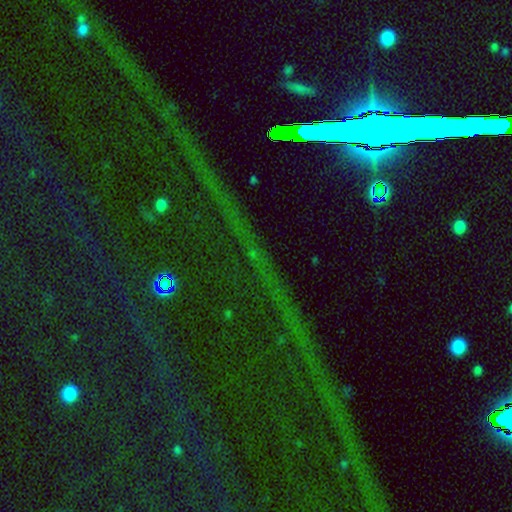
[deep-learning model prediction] Smooth or featured? star or artifact (80%)